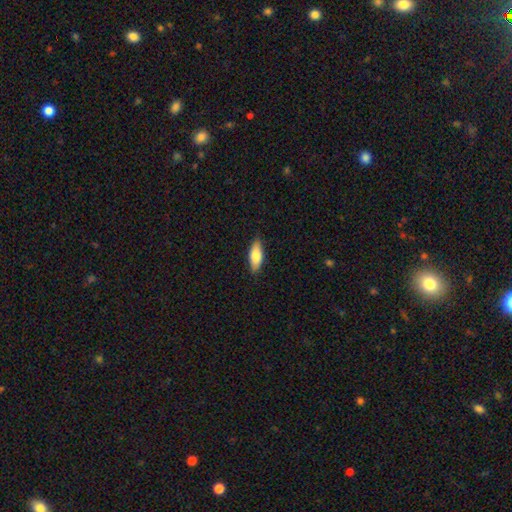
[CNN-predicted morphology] A smooth galaxy with no disk features (75%) that is in between round and cigar-shaped (72%).

Vote fractions:
- Smooth or featured? smooth: 75% / featured or disk: 19% / star or artifact: 6%
- How rounded? in between: 72% / cigar-shaped: 26% / round: 2%
- Merging? none: 86% / minor disturbance: 11% / major disturbance: 2% / merger: 1%